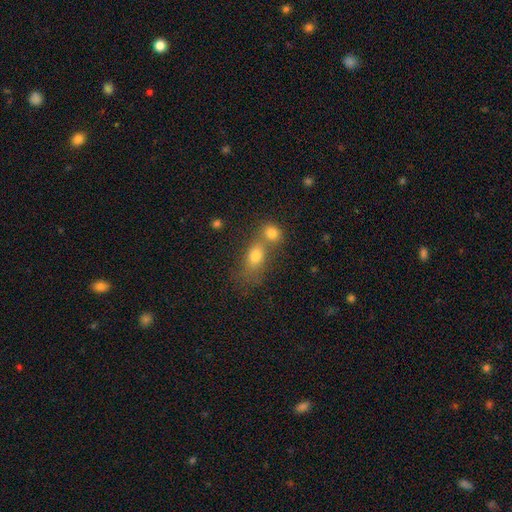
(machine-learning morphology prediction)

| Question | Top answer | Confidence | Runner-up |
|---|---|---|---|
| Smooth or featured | smooth | 67% | star or artifact (17%) |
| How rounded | in between | 55% | round (39%) |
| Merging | merger | 56% | none (31%) |